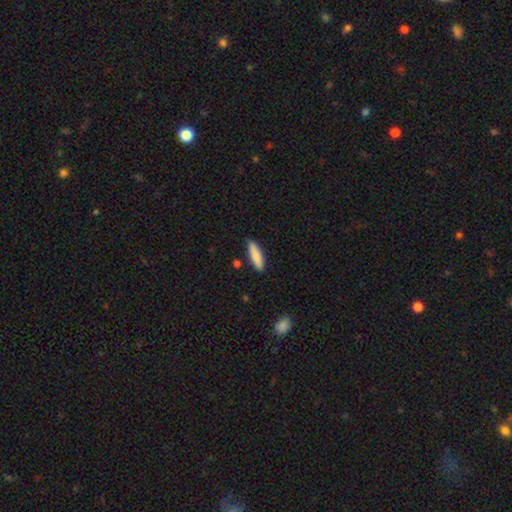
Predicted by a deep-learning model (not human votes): Smooth or featured?
  - smooth: 86% *
  - featured or disk: 8%
  - star or artifact: 6%
How rounded?
  - cigar-shaped: 65% *
  - in between: 33%
  - round: 2%
Merging?
  - none: 85% *
  - minor disturbance: 11%
  - merger: 2%
  - major disturbance: 2%